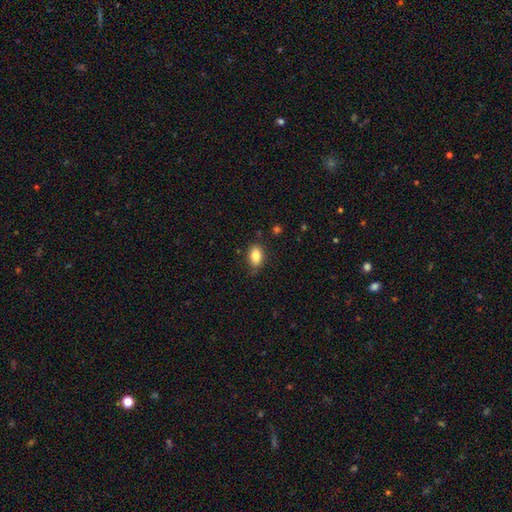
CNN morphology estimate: Overall: smooth (84%). How rounded: in between (84%). Merging: none (80%).